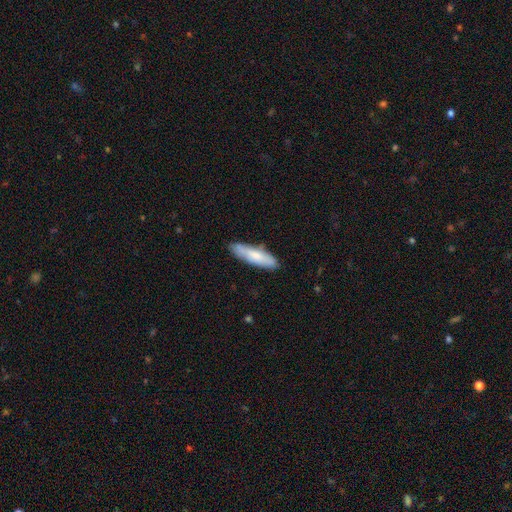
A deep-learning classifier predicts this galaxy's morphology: Smooth or featured: smooth — 72% (featured or disk — 22%)
How rounded: cigar-shaped — 71% (in between — 28%)
Merging: none — 79% (minor disturbance — 17%)